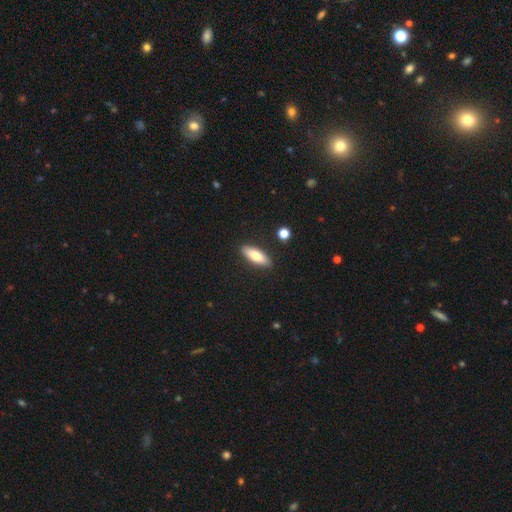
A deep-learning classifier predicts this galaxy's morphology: Smooth or featured?
  - smooth: 73% *
  - featured or disk: 21%
  - star or artifact: 6%
How rounded?
  - in between: 58% *
  - cigar-shaped: 39%
  - round: 2%
Merging?
  - none: 89% *
  - minor disturbance: 8%
  - merger: 2%
  - major disturbance: 2%